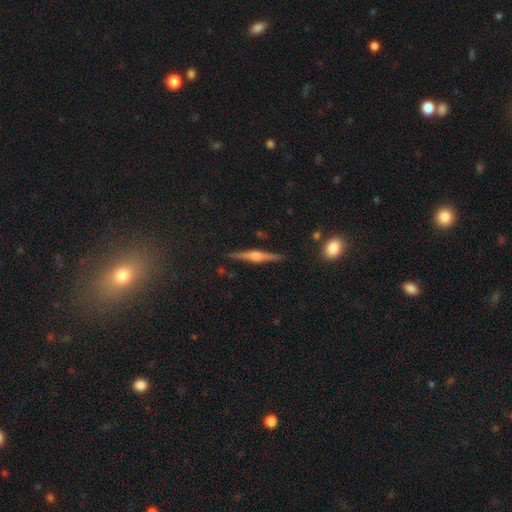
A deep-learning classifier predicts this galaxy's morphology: A featured or disk galaxy (79%) viewed edge-on (98%) with a rounded central bulge (87%).

Vote fractions:
- Smooth or featured? featured or disk: 79% / smooth: 14% / star or artifact: 7%
- Edge-on disk? yes: 98% / no: 2%
- Edge-on bulge? rounded: 87% / boxy: 9% / none: 4%
- Merging? none: 90% / minor disturbance: 7% / major disturbance: 2% / merger: 1%